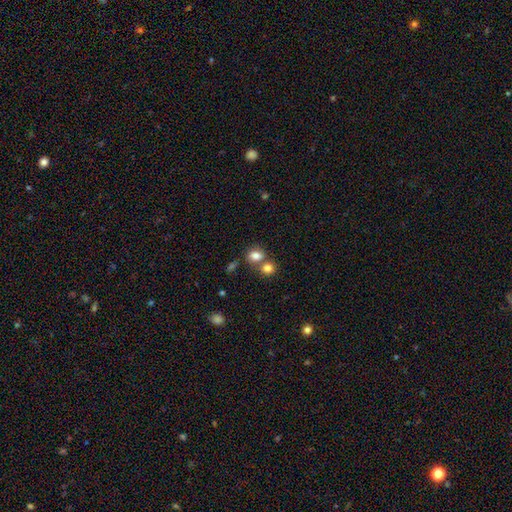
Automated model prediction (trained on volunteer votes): Smooth or featured?
  - smooth: 81% *
  - star or artifact: 11%
  - featured or disk: 8%
How rounded?
  - round: 54% *
  - in between: 45%
  - cigar-shaped: 1%
Merging?
  - none: 49% *
  - merger: 38%
  - minor disturbance: 10%
  - major disturbance: 4%